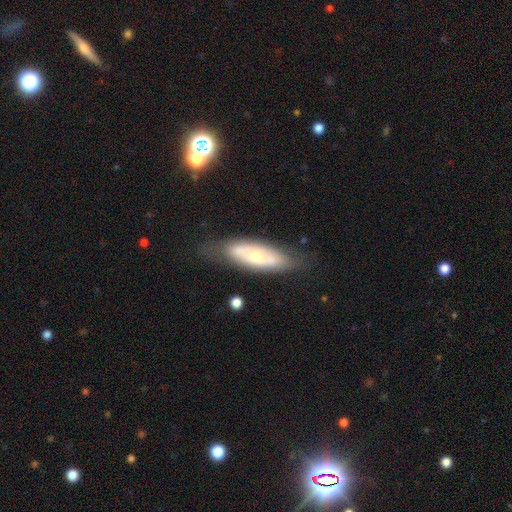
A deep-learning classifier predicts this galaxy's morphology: Overall: featured or disk (52%; smooth 41%). Edge-on disk: no (76%). Merging: none (71%).